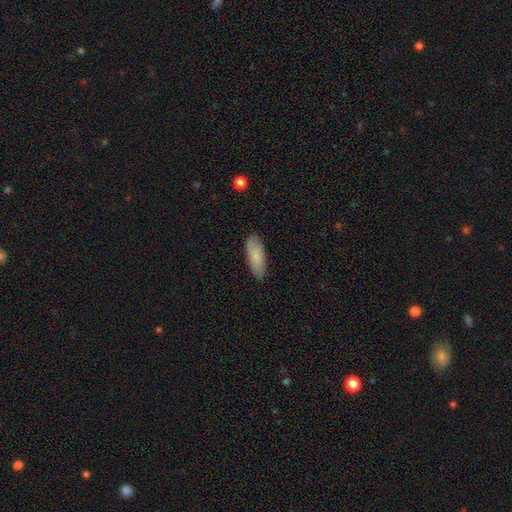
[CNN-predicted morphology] Smooth or featured? smooth (83%)
How rounded? in between (71%)
Merging? none (86%)